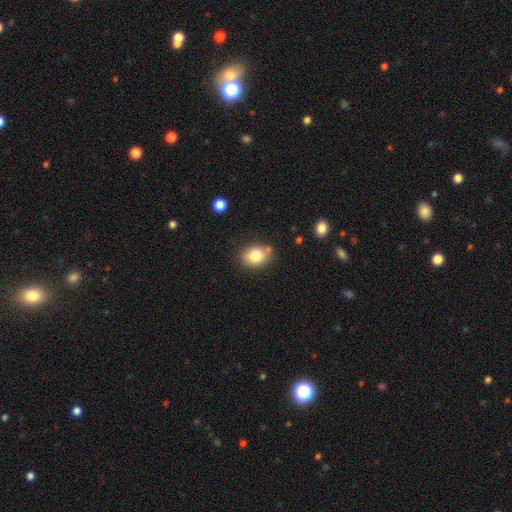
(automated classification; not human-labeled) A smooth galaxy with no disk features (82%) that is in between round and cigar-shaped (53%).

Vote fractions:
- Smooth or featured? smooth: 82% / star or artifact: 9% / featured or disk: 9%
- How rounded? in between: 53% / round: 46% / cigar-shaped: 1%
- Merging? none: 76% / minor disturbance: 14% / merger: 7% / major disturbance: 3%